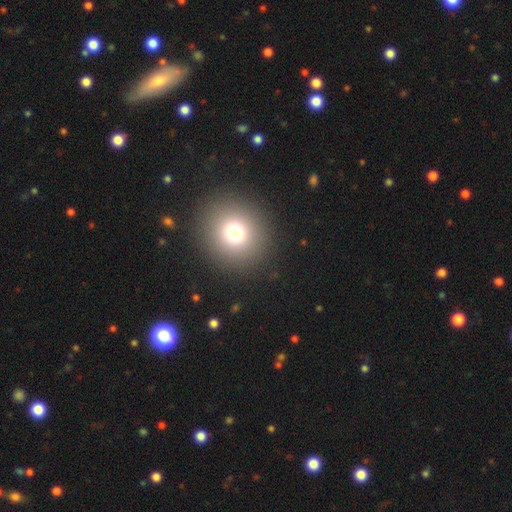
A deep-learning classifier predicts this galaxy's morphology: A smooth galaxy with no disk features (73%) that is round (89%).

Vote fractions:
- Smooth or featured? smooth: 73% / star or artifact: 19% / featured or disk: 8%
- How rounded? round: 89% / in between: 10% / cigar-shaped: 1%
- Merging? none: 92% / minor disturbance: 5% / major disturbance: 2% / merger: 1%